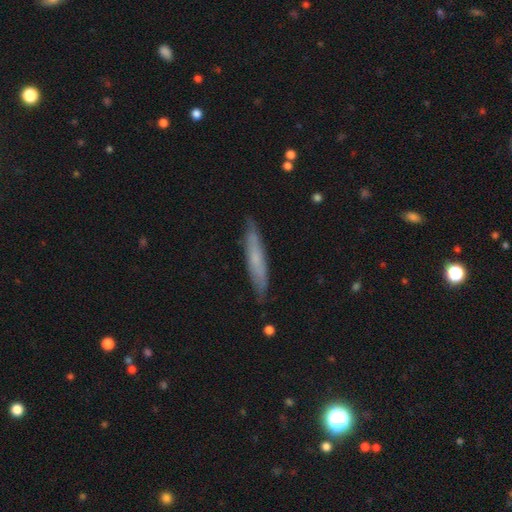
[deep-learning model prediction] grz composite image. It shows a smooth galaxy with no disk features (54%) that is cigar-shaped (91%). Merging: none (84%).